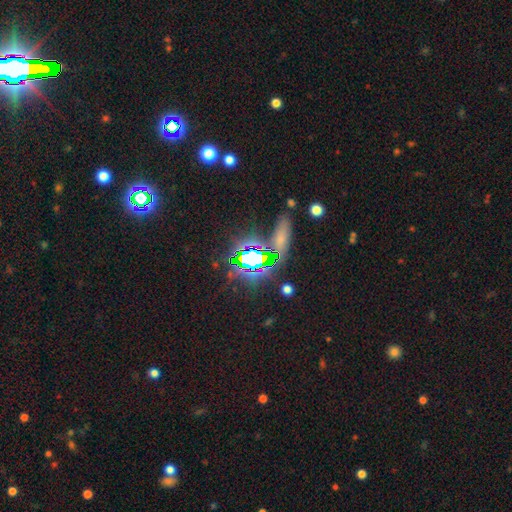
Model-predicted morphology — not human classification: A star or artifact, not a galaxy (63%).